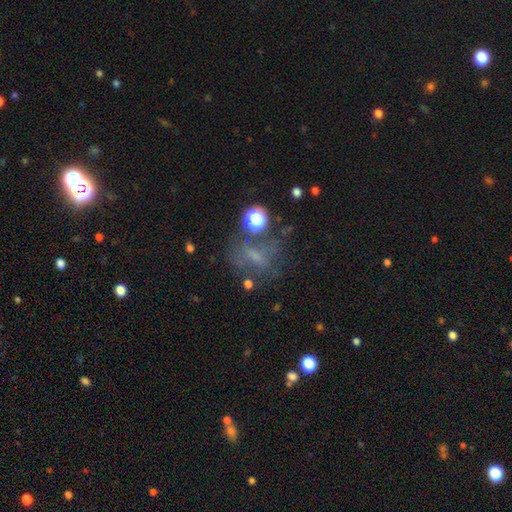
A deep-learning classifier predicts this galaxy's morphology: The model was most divided on "smooth or featured" (2-way tie): smooth: 36%, featured or disk: 36%, star or artifact: 28%. Remaining: merging — none (50%).